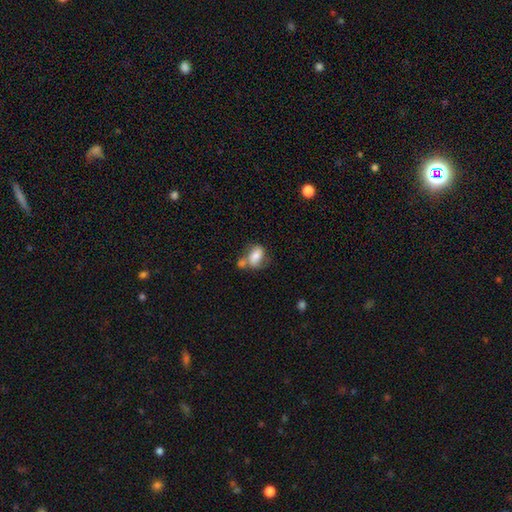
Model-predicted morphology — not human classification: This is likely a smooth galaxy (70%). How rounded: clearly in between (84%). Merging: marginally merger (39%).